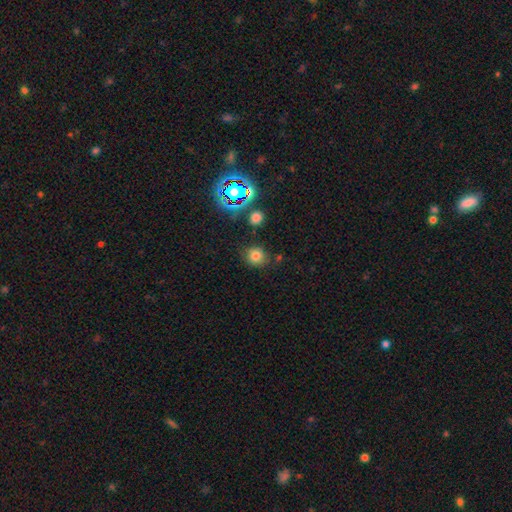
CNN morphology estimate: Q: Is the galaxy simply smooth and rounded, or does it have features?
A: smooth — 73%.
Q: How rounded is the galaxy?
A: round — 83%.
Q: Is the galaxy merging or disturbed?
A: none — 79%.